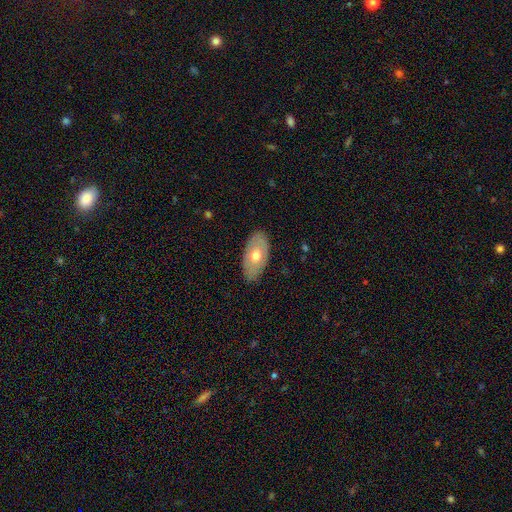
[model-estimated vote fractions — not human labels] Smooth or featured? smooth (55%)
How rounded? in between (93%)
Merging? none (83%)